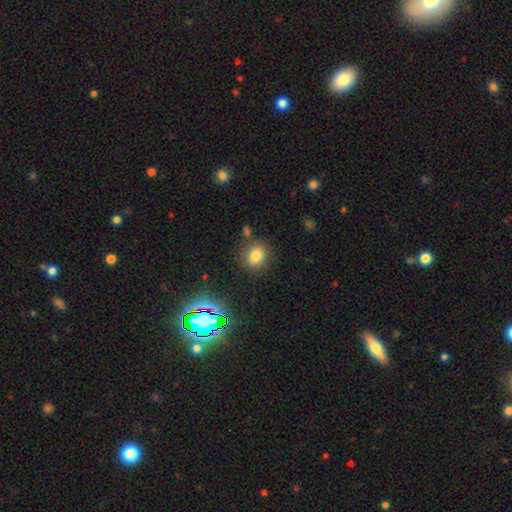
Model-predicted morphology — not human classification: This is likely a smooth galaxy (79%). How rounded: likely round (71%). Merging: likely none (79%).